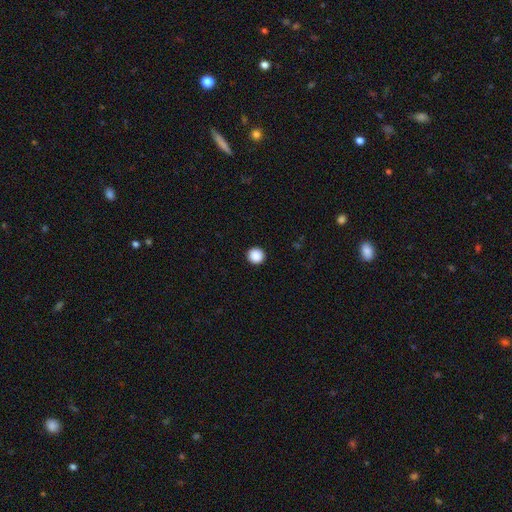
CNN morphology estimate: smooth 89%, star or artifact 9%, featured or disk 2%. Down the decision tree: how rounded — round (96%); merging — none (94%).